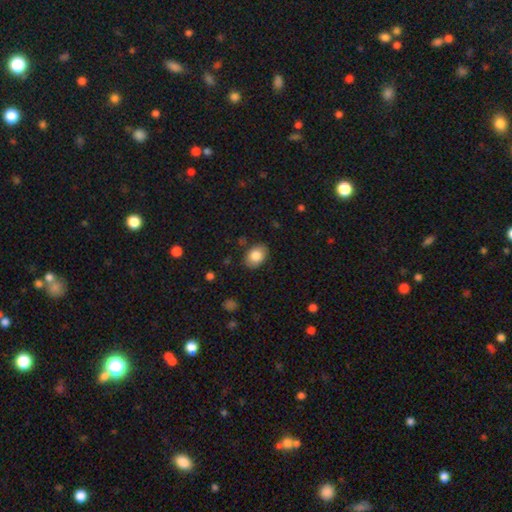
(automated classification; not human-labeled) Smooth or featured: smooth — 83% (featured or disk — 10%)
How rounded: in between — 78% (round — 21%)
Merging: none — 85% (minor disturbance — 11%)